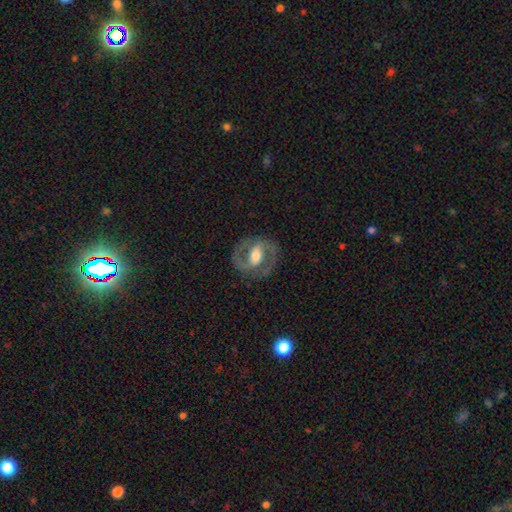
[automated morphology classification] Q: Smooth or featured?
A: featured or disk (79%); runner-up: smooth (16%)
Q: Edge-on disk?
A: no (96%); runner-up: yes (4%)
Q: Bar?
A: weak (40%); runner-up: strong (36%)
Q: Spiral arms?
A: yes (83%); runner-up: no (17%)
Q: Spiral winding?
A: medium (55%); runner-up: tight (30%)
Q: Spiral arm count?
A: 2 (89%); runner-up: can't tell (5%)
Q: Bulge size?
A: moderate (59%); runner-up: large (22%)
Q: Merging?
A: none (80%); runner-up: minor disturbance (12%)